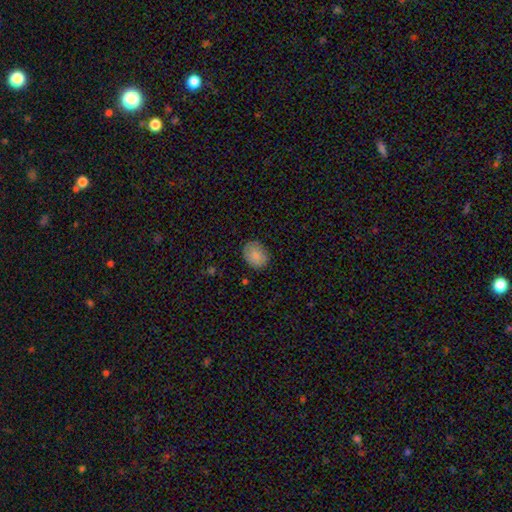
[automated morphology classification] type=smooth (84%); roundness=round (50%); merging=none (81%).